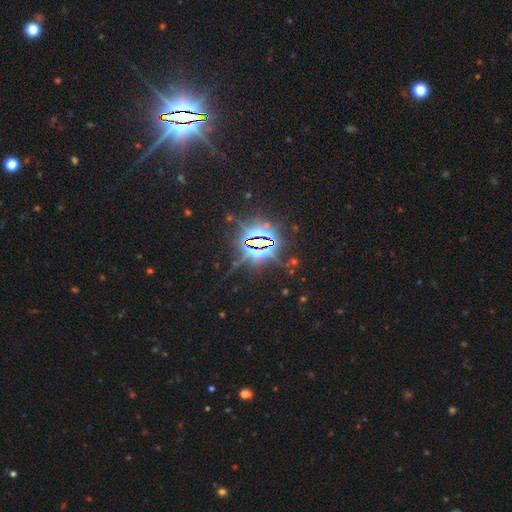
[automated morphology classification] This is clearly a star or artifact rather than a galaxy (87%).